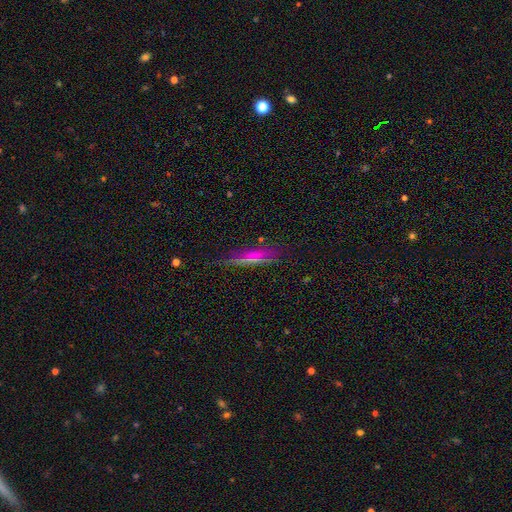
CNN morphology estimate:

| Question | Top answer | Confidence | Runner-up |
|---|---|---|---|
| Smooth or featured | smooth | 55% | featured or disk (29%) |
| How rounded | cigar-shaped | 77% | in between (20%) |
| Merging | none | 67% | minor disturbance (22%) |